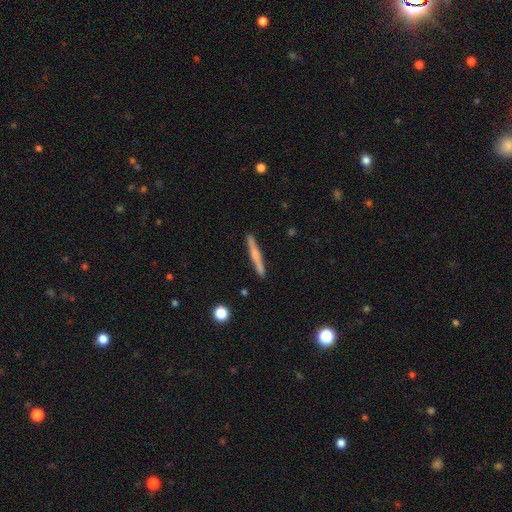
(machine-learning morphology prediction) A smooth galaxy with no disk features (49%). Merging: none (90%).